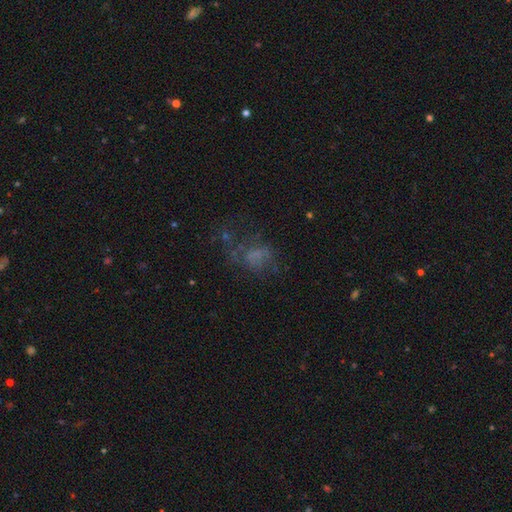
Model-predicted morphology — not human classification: smooth-or-featured: featured or disk: 39% | smooth: 36% | star or artifact: 25%
  merging: none: 39% | major disturbance: 38% | minor disturbance: 18% | merger: 6%